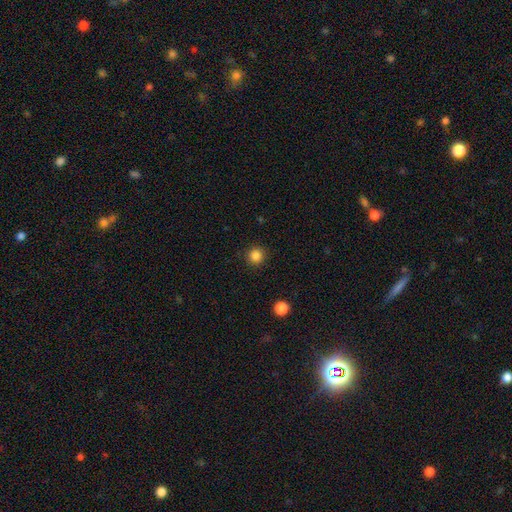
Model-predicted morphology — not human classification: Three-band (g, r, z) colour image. It shows a smooth galaxy with no disk features (83%) that is round (95%). Merging: none (92%).